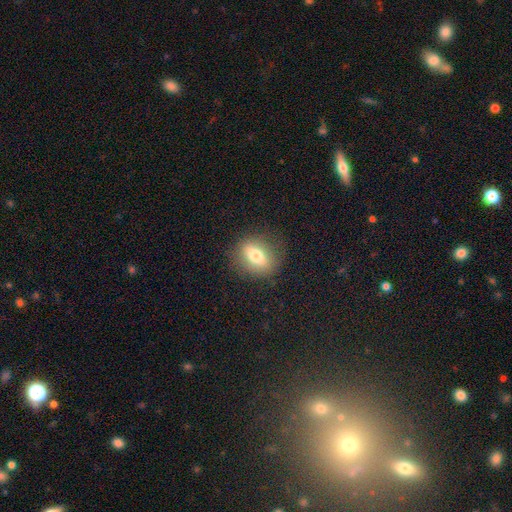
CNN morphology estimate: This appears to be a smooth galaxy with no disk features (66%) that is in between round and cigar-shaped (57%). Merging: none (83%).